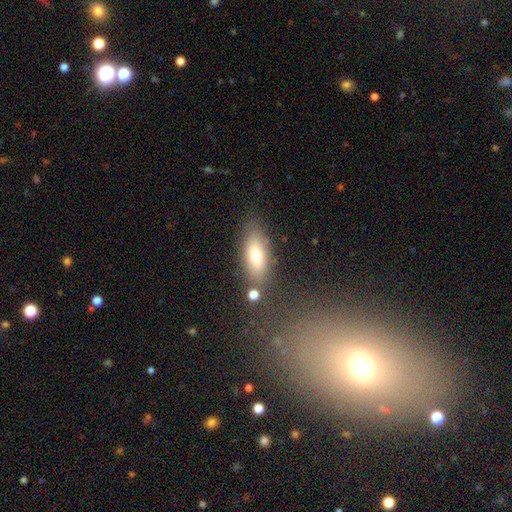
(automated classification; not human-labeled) Q: Smooth or featured?
A: smooth (74%); runner-up: featured or disk (18%)
Q: How rounded?
A: in between (72%); runner-up: cigar-shaped (25%)
Q: Merging?
A: none (77%); runner-up: minor disturbance (13%)